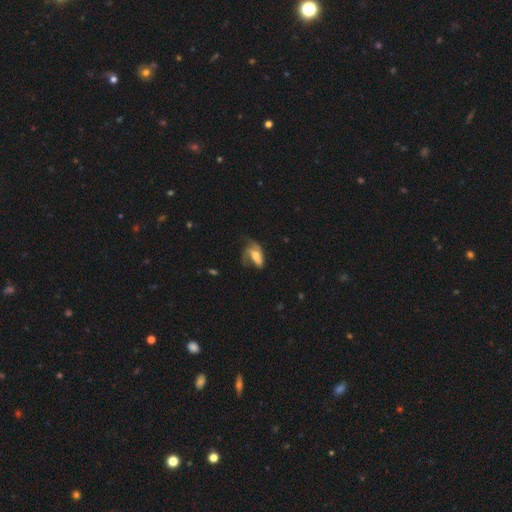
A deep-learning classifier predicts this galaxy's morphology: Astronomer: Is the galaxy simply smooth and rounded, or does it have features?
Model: featured or disk — 55% (runner-up: smooth, 38%).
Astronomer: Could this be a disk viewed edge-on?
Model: no — 91%.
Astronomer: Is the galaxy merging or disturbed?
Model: major disturbance — 37% (runner-up: none, 33%).